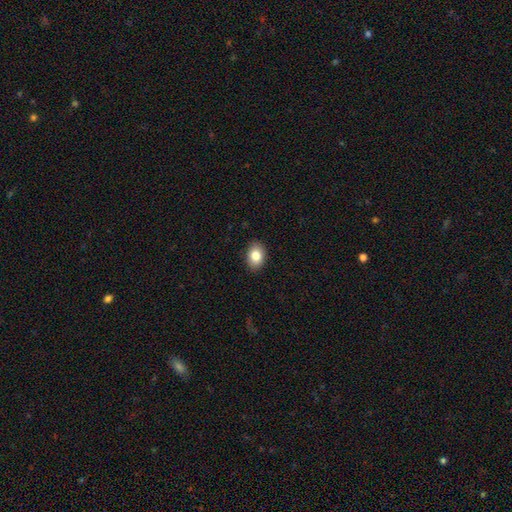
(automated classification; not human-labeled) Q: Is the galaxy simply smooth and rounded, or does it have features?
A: smooth — 83%.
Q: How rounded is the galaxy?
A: in between — 74%.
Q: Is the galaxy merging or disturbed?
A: none — 90%.